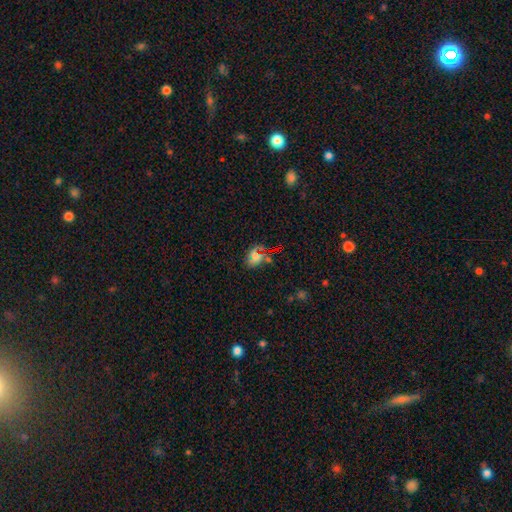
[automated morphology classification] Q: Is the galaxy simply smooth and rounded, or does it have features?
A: smooth — 54%.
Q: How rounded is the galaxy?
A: in between — 56%.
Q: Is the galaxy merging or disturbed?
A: none — 76%.